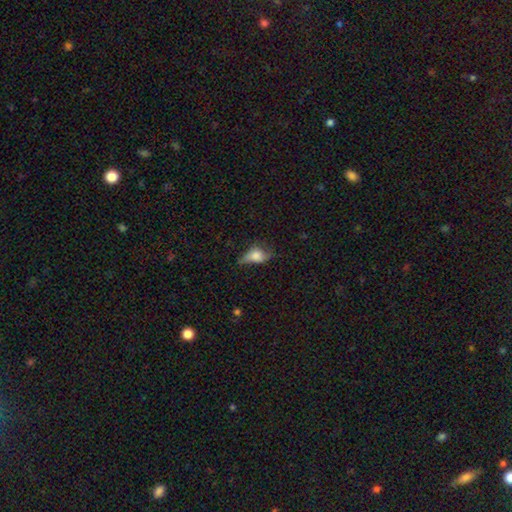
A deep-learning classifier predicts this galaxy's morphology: smooth 66%, featured or disk 24%, star or artifact 10%. Down the decision tree: how rounded — in between (80%); merging — minor disturbance (37%).